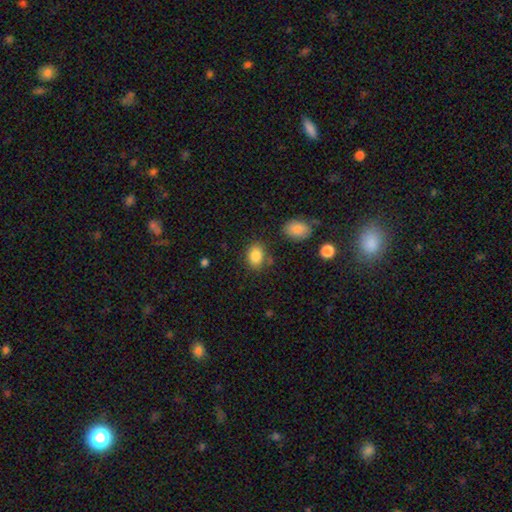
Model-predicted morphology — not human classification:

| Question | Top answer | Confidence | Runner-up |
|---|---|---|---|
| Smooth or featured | smooth | 85% | star or artifact (9%) |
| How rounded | in between | 68% | round (30%) |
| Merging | none | 75% | minor disturbance (15%) |